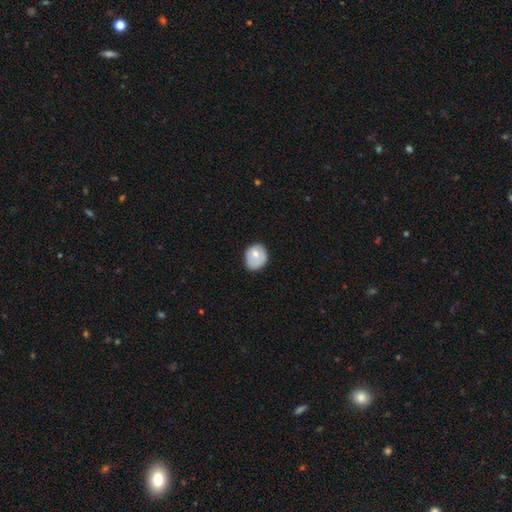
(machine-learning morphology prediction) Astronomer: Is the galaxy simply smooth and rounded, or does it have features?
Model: smooth — 70%.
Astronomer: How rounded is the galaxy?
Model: round — 56% (runner-up: in between, 43%).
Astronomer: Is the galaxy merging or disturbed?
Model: none — 59%.